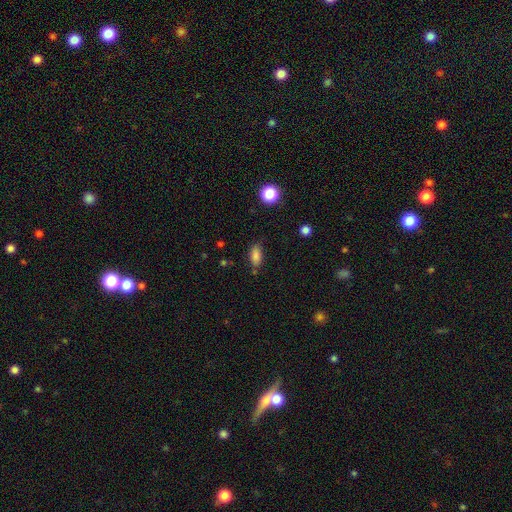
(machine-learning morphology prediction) The model was most divided on "merging": none: 75%, minor disturbance: 18%, major disturbance: 4%, merger: 3%. More confident: how rounded — in between (85%); smooth or featured — smooth (84%).